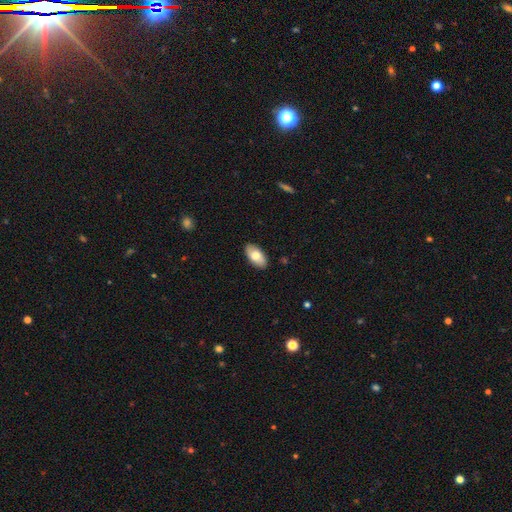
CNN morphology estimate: Smooth or featured? smooth (74%)
How rounded? in between (94%)
Merging? none (89%)